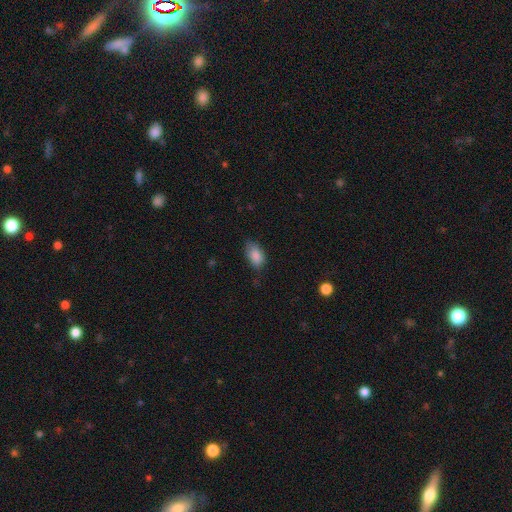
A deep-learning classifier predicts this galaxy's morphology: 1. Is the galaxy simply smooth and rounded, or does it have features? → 86% smooth, 8% star or artifact, 6% featured or disk.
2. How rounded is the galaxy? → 92% in between, 6% round, 2% cigar-shaped.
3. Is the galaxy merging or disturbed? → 64% none, 28% minor disturbance, 7% major disturbance, 1% merger.